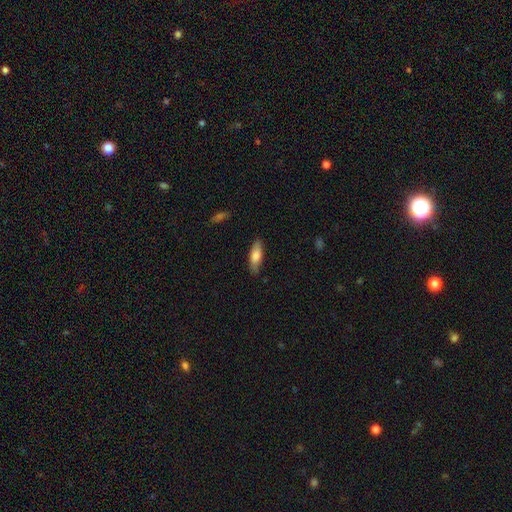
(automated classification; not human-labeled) This is likely a smooth galaxy (76%). How rounded: likely in between (61%). Merging: clearly none (84%).